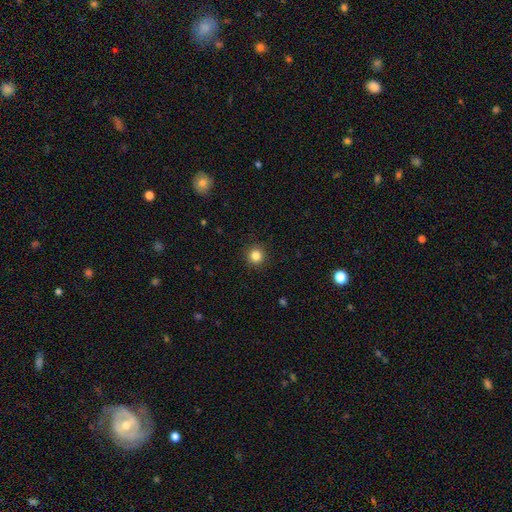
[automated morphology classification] smooth_or_featured: smooth (p=0.84) [alt: star or artifact p=0.11]
how_rounded: round (p=0.94) [alt: in between p=0.05]
merging: none (p=0.91) [alt: minor disturbance p=0.06]